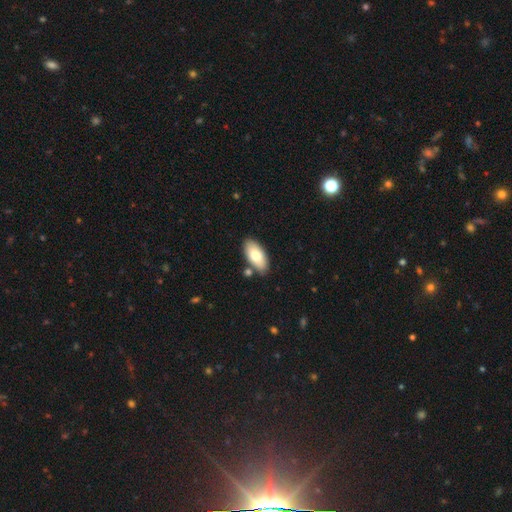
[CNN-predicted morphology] Smooth or featured? Predicted: smooth (p=0.75). How rounded? Predicted: in between (p=0.93). Merging? Predicted: none (p=0.79).